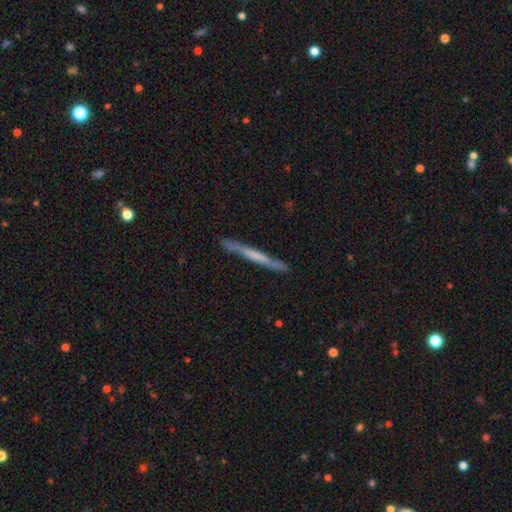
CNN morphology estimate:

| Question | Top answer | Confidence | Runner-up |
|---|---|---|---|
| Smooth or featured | featured or disk | 53% | smooth (41%) |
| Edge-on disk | yes | 93% | no (7%) |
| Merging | none | 86% | minor disturbance (11%) |